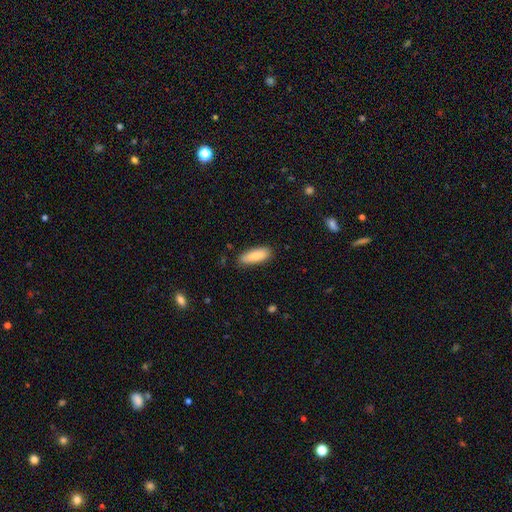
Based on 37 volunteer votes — Smooth or featured? smooth (78%)
How rounded? in between (52%)
Merging? none (86%)